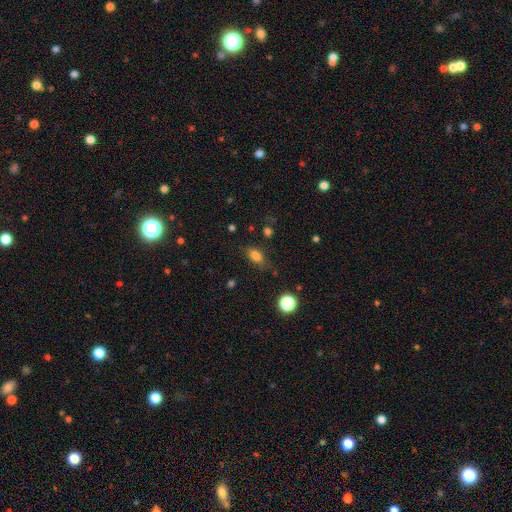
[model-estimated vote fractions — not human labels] A smooth galaxy with no disk features (80%) that is in between round and cigar-shaped (81%).

Vote fractions:
- Smooth or featured? smooth: 80% / star or artifact: 13% / featured or disk: 8%
- How rounded? in between: 81% / round: 14% / cigar-shaped: 5%
- Merging? none: 73% / minor disturbance: 19% / major disturbance: 6% / merger: 3%